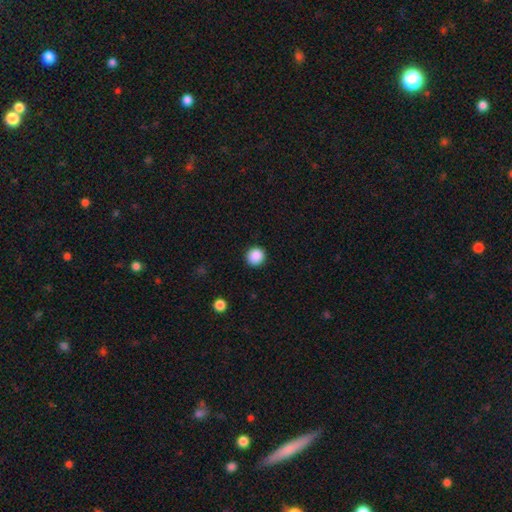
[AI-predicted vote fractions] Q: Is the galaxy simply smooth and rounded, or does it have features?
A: smooth — 88%.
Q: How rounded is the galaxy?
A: round — 94%.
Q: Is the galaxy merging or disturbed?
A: none — 92%.